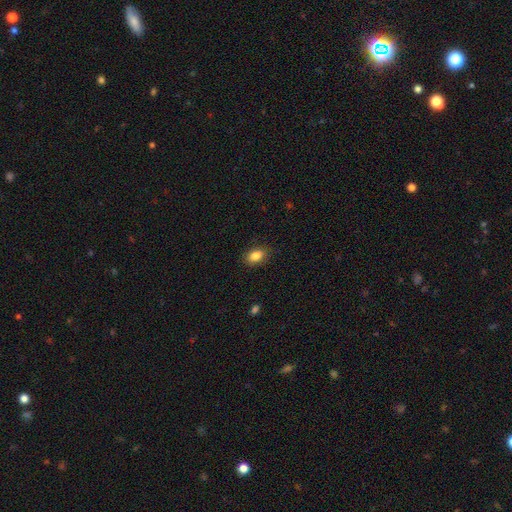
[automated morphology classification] Q: Smooth or featured?
A: smooth (85%); runner-up: star or artifact (9%)
Q: How rounded?
A: in between (84%); runner-up: round (14%)
Q: Merging?
A: none (86%); runner-up: minor disturbance (11%)